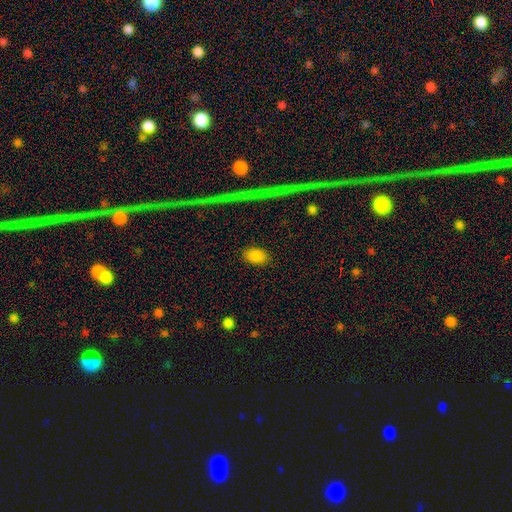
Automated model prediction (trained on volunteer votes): This is clearly a smooth galaxy (86%). How rounded: clearly in between (86%). Merging: clearly none (87%).